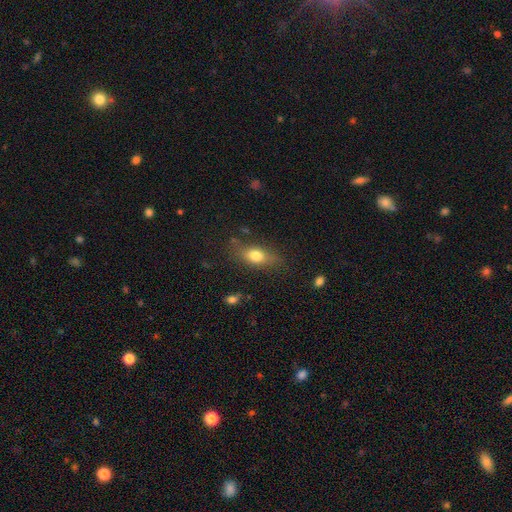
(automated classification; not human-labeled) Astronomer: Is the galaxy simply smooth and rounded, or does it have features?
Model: smooth — 74%.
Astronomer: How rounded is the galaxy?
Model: in between — 76%.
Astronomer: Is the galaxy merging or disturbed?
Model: none — 72%.